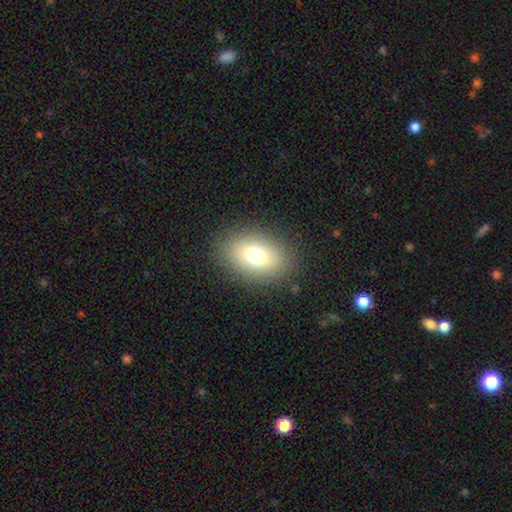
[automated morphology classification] Smooth or featured? smooth (72%)
How rounded? in between (76%)
Merging? none (85%)